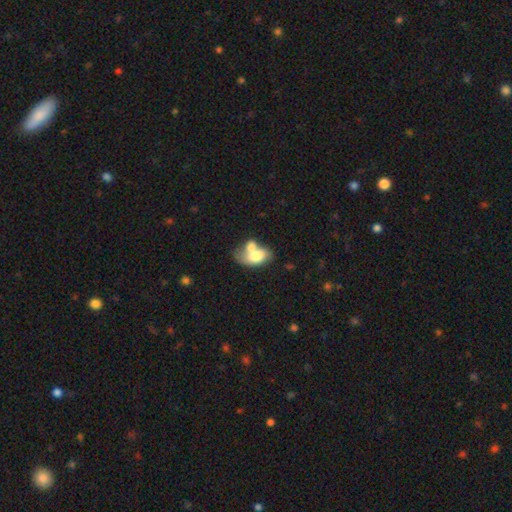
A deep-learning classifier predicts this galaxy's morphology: A smooth galaxy with no disk features (66%) that is in between round and cigar-shaped (88%).

Vote fractions:
- Smooth or featured? smooth: 66% / featured or disk: 27% / star or artifact: 7%
- How rounded? in between: 88% / round: 10% / cigar-shaped: 2%
- Merging? merger: 62% / none: 19% / minor disturbance: 11% / major disturbance: 8%